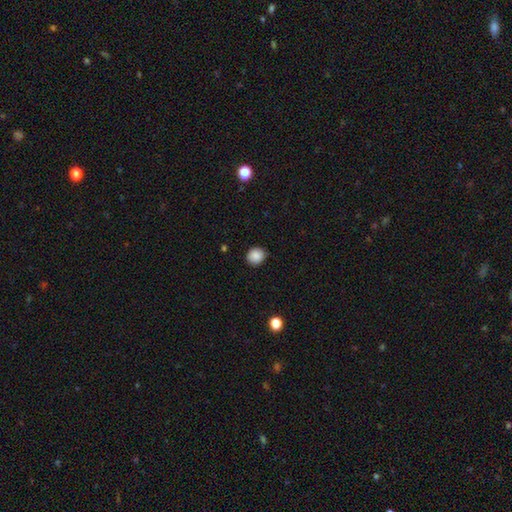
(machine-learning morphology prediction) smooth-or-featured: smooth: 87% | star or artifact: 9% | featured or disk: 4%
  how-rounded: round: 83% | in between: 16% | cigar-shaped: 1%
  merging: none: 86% | minor disturbance: 11% | major disturbance: 2% | merger: 1%